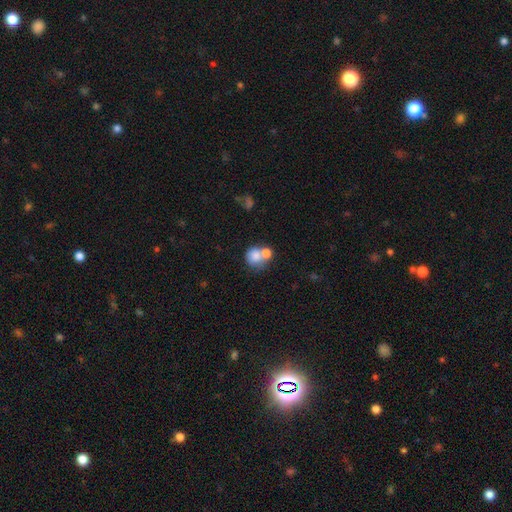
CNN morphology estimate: smooth-or-featured: smooth: 77% | featured or disk: 14% | star or artifact: 9%
  how-rounded: round: 80% | in between: 19% | cigar-shaped: 1%
  merging: merger: 50% | none: 35% | minor disturbance: 10% | major disturbance: 6%